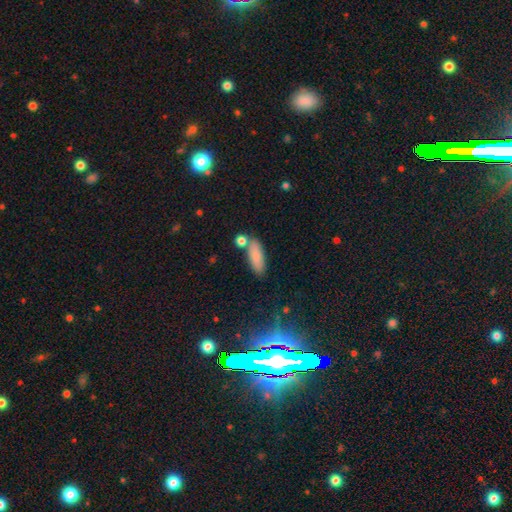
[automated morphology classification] Smooth or featured? Predicted: smooth (p=0.84). How rounded? Predicted: in between (p=0.68). Merging? Predicted: none (p=0.71).